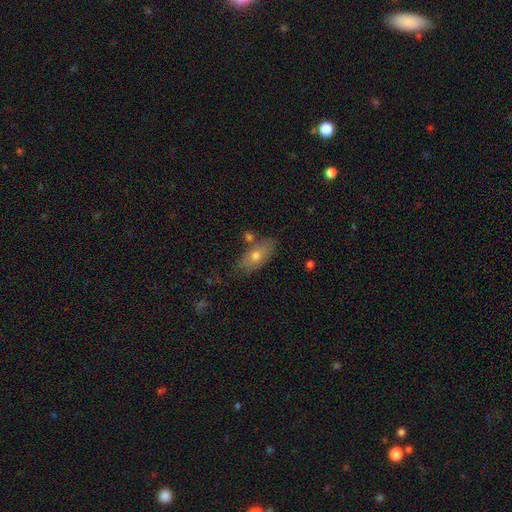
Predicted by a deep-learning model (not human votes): Morphology: type=smooth (65%); roundness=in between (83%); merging=none (66%).